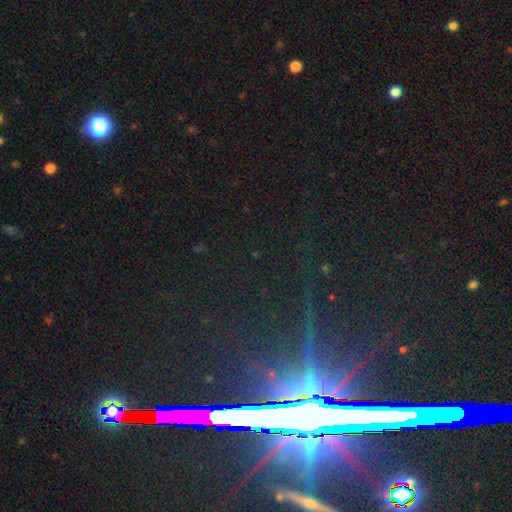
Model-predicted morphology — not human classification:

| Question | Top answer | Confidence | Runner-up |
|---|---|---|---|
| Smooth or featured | star or artifact | 71% | featured or disk (18%) |